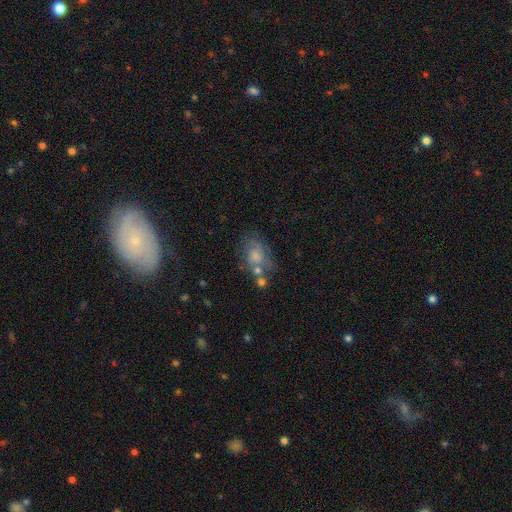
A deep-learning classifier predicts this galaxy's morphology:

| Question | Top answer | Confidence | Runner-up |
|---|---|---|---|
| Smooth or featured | smooth | 53% | featured or disk (30%) |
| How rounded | in between | 71% | round (26%) |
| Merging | none | 52% | minor disturbance (22%) |